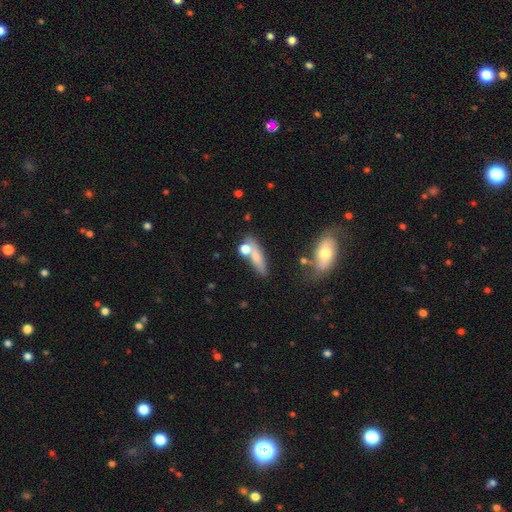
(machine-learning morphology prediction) The model was most divided on "how rounded": cigar-shaped: 44%, in between: 42%, round: 14%. More confident: smooth or featured — smooth (69%); merging — none (52%).